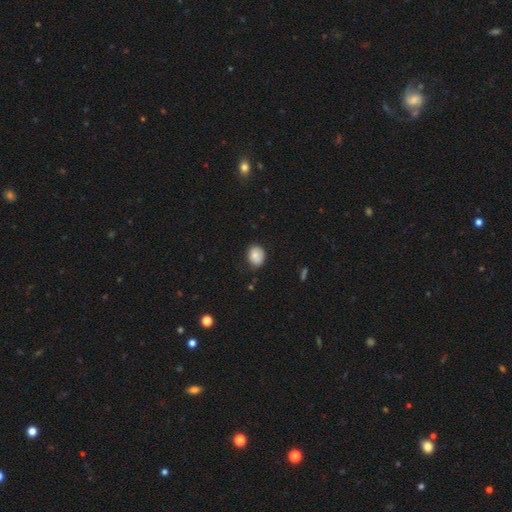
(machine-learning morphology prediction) type=smooth (81%); roundness=round (54%); merging=none (72%).